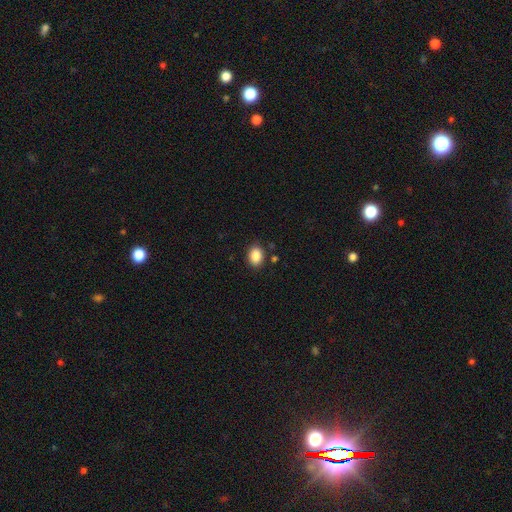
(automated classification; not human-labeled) A smooth galaxy with no disk features (87%) that is in between round and cigar-shaped (71%). Merging: none (84%).